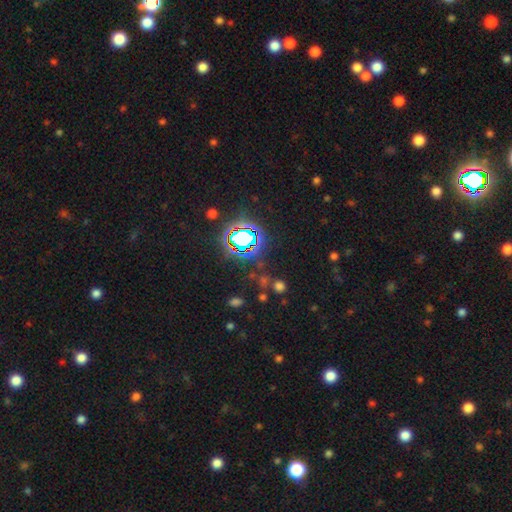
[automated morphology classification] A star or artifact, not a galaxy (80%).

Vote fractions:
- Smooth or featured? star or artifact: 80% / smooth: 13% / featured or disk: 7%